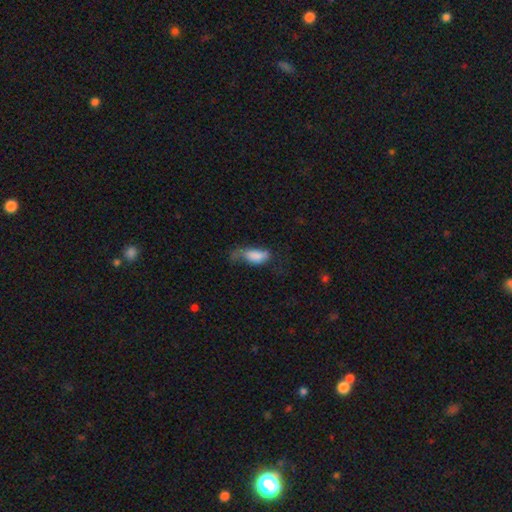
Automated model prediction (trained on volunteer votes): smooth 77%, featured or disk 15%, star or artifact 8%. Down the decision tree: how rounded — in between (85%); merging — major disturbance (42%).